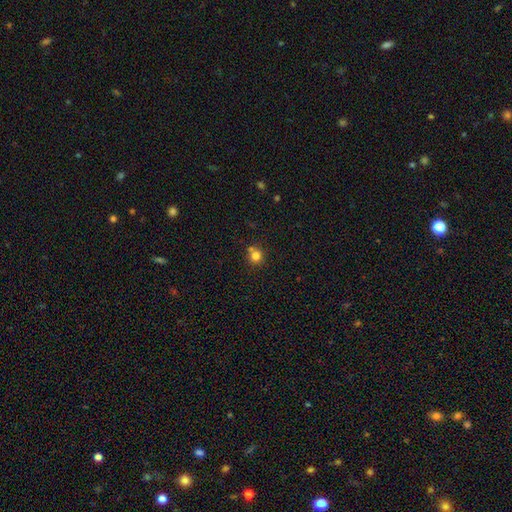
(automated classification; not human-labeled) smooth-or-featured: smooth: 78% | star or artifact: 14% | featured or disk: 8%
  how-rounded: round: 90% | in between: 9% | cigar-shaped: 1%
  merging: none: 67% | merger: 21% | minor disturbance: 9% | major disturbance: 3%